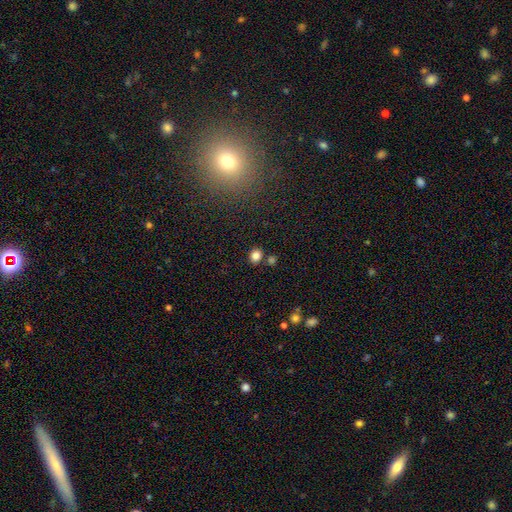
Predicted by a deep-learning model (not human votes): Overall: smooth (83%). How rounded: round (62%; in between 37%). Merging: none (78%).